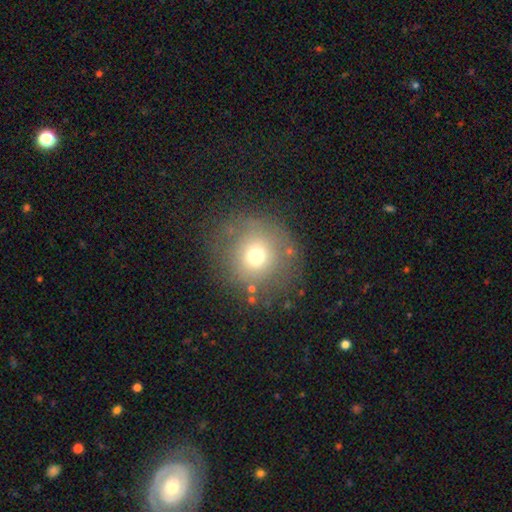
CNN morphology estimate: Smooth or featured?
  - smooth: 66% *
  - featured or disk: 18%
  - star or artifact: 15%
How rounded?
  - round: 92% *
  - in between: 7%
  - cigar-shaped: 1%
Merging?
  - none: 77% *
  - minor disturbance: 13%
  - major disturbance: 8%
  - merger: 2%